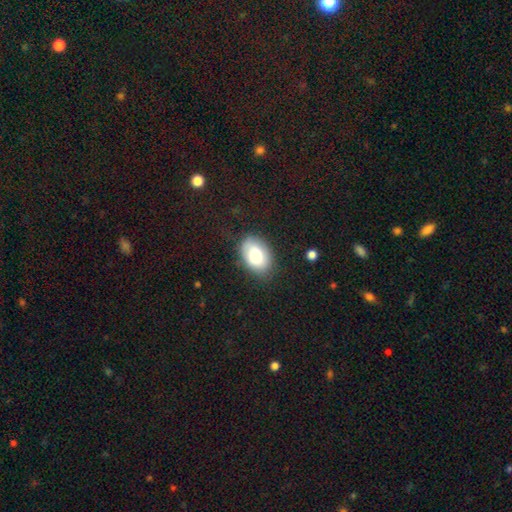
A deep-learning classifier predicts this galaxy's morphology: smooth 81%, featured or disk 12%, star or artifact 7%. Down the decision tree: how rounded — in between (87%); merging — none (80%).